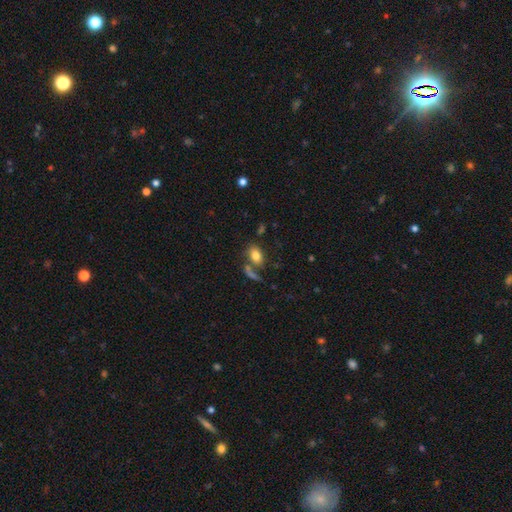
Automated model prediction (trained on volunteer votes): smooth-or-featured: smooth: 79% | featured or disk: 12% | star or artifact: 9%
  how-rounded: in between: 86% | round: 12% | cigar-shaped: 2%
  merging: none: 58% | merger: 23% | minor disturbance: 12% | major disturbance: 7%